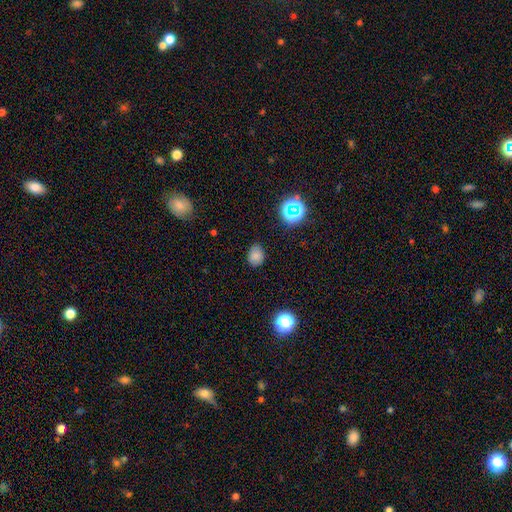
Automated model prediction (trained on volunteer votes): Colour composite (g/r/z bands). It shows a smooth galaxy with no disk features (77%) that is in between round and cigar-shaped (51%). Merging: none (80%).